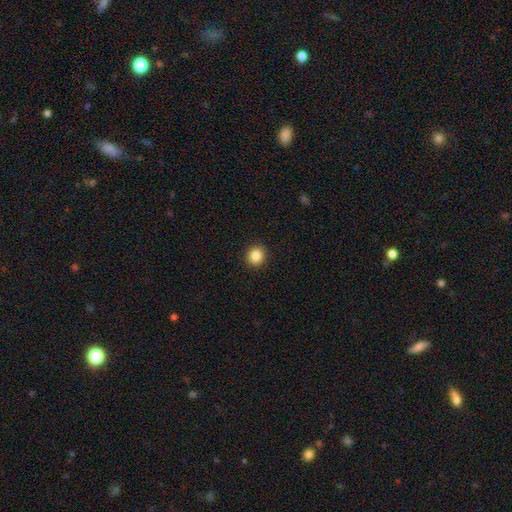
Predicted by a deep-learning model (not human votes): smooth_or_featured: smooth (p=0.85) [alt: star or artifact p=0.10]
how_rounded: round (p=0.88) [alt: in between p=0.11]
merging: none (p=0.92) [alt: minor disturbance p=0.05]